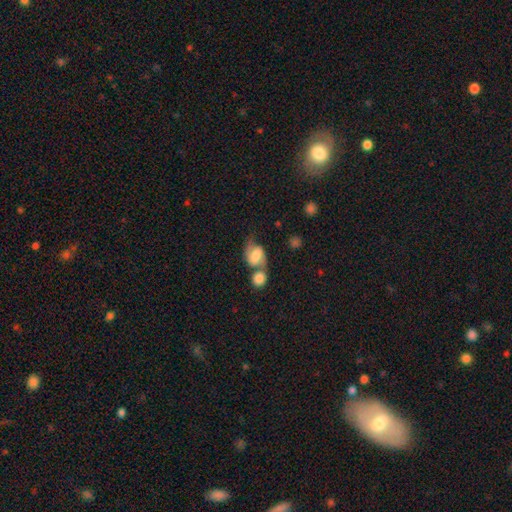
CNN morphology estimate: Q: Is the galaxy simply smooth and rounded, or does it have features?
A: featured or disk — 50%.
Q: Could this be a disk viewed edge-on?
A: no — 96%.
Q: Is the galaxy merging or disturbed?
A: merger — 47%.